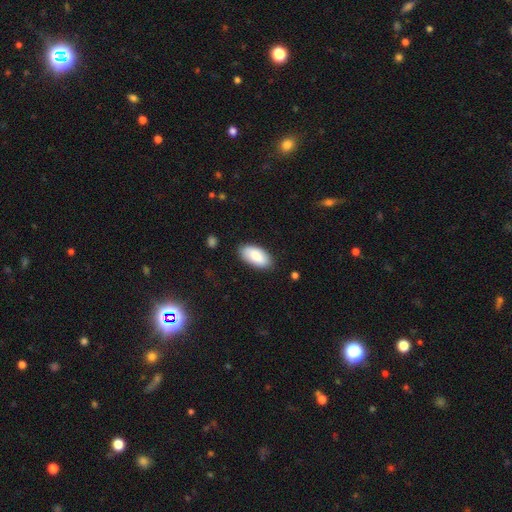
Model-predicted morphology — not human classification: This is clearly a smooth galaxy (83%). How rounded: clearly in between (94%). Merging: clearly none (85%).